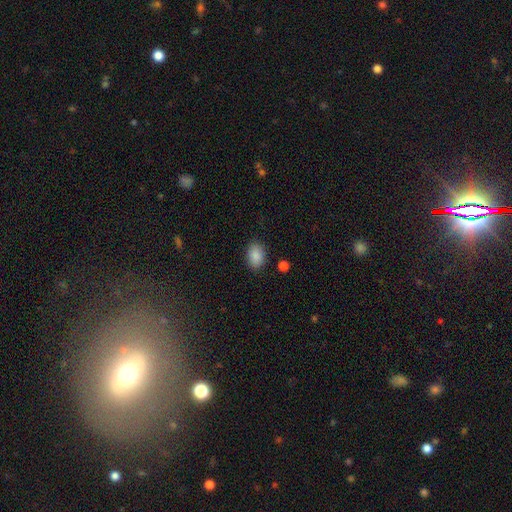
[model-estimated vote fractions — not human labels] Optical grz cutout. It shows a smooth galaxy with no disk features (88%) that is in between round and cigar-shaped (84%). Merging: none (86%).